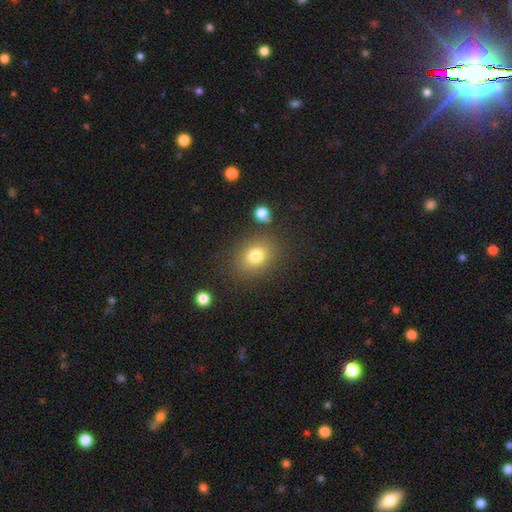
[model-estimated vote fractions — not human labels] A smooth galaxy with no disk features (79%) that is in between round and cigar-shaped (53%). Merging: none (80%).